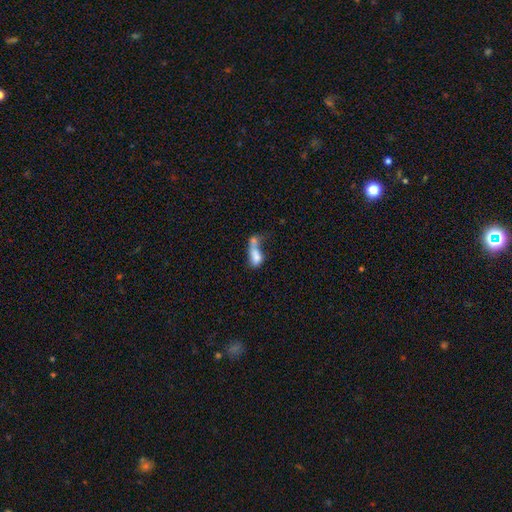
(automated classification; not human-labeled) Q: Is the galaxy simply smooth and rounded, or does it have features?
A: smooth — 66%.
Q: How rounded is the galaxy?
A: in between — 74%.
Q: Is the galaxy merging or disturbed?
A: merger — 56%.